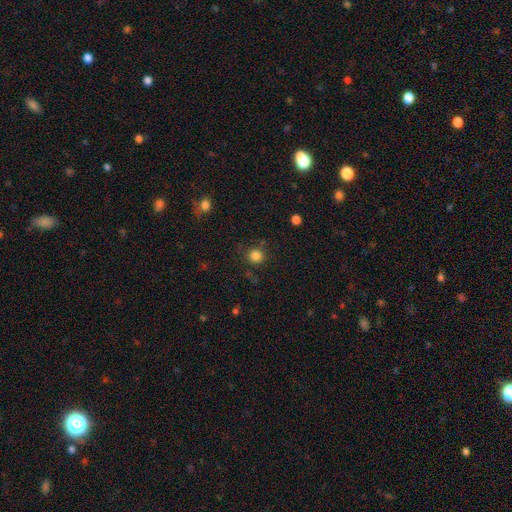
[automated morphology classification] This appears to be a smooth galaxy with no disk features (83%) that is round (92%). Merging: none (83%).